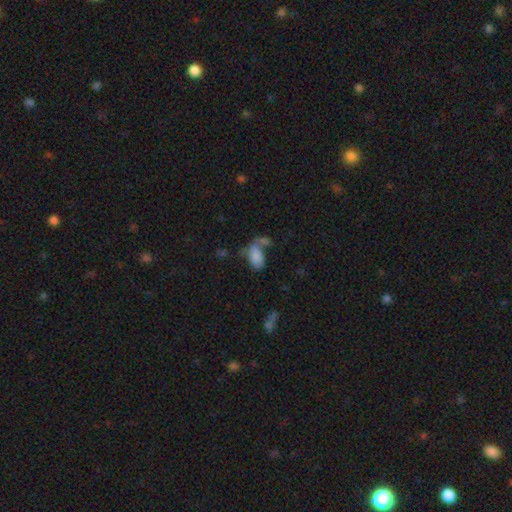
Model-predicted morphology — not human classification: Smooth or featured: smooth — 77% (featured or disk — 13%)
How rounded: in between — 92% (round — 6%)
Merging: merger — 38% (none — 29%)